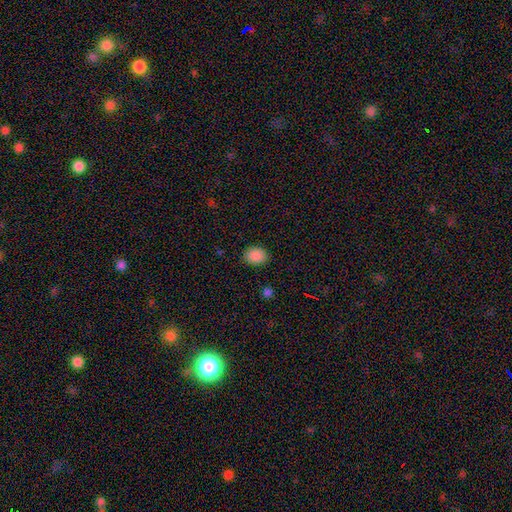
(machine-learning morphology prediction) This is clearly a smooth galaxy (88%). How rounded: possibly in between (55%). Merging: clearly none (86%).